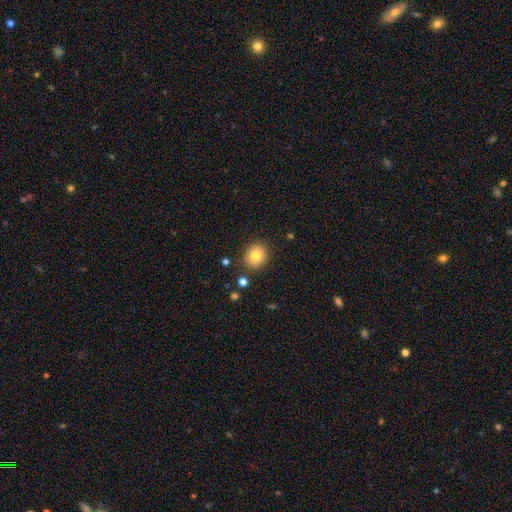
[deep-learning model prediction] Q: Smooth or featured?
A: smooth (82%); runner-up: star or artifact (10%)
Q: How rounded?
A: round (76%); runner-up: in between (23%)
Q: Merging?
A: none (88%); runner-up: minor disturbance (8%)